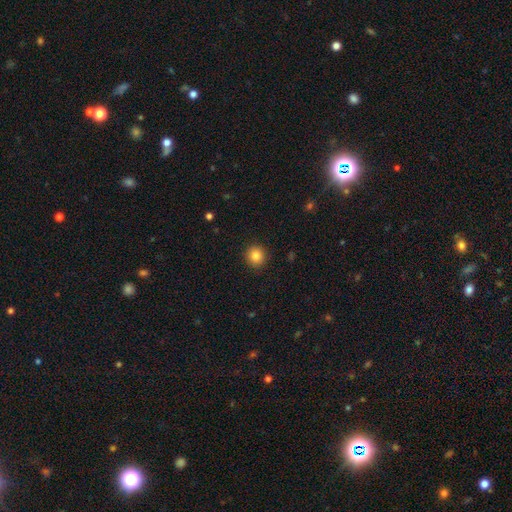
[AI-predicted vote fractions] A smooth galaxy with no disk features (85%) that is round (91%).

Vote fractions:
- Smooth or featured? smooth: 85% / star or artifact: 10% / featured or disk: 5%
- How rounded? round: 91% / in between: 8% / cigar-shaped: 1%
- Merging? none: 91% / minor disturbance: 6% / major disturbance: 2% / merger: 1%